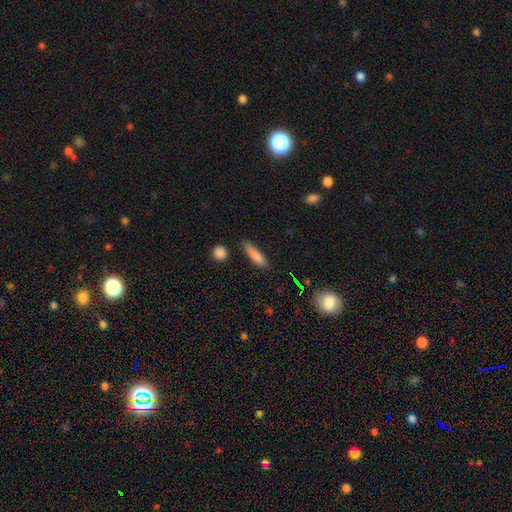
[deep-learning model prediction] Morphology: type=smooth (82%); roundness=cigar-shaped (71%); merging=none (71%).